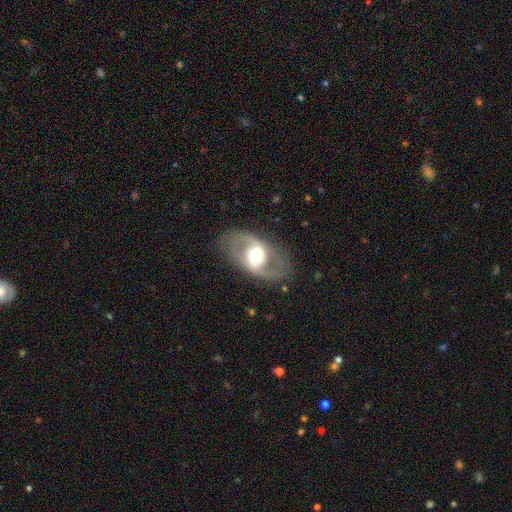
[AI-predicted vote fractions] This appears to be a featured or disk galaxy (76%) with a weak bar (37%), 2 (88%) medium (47%) spiral arms (72%) and a moderate central bulge (59%). Merging: none (79%).